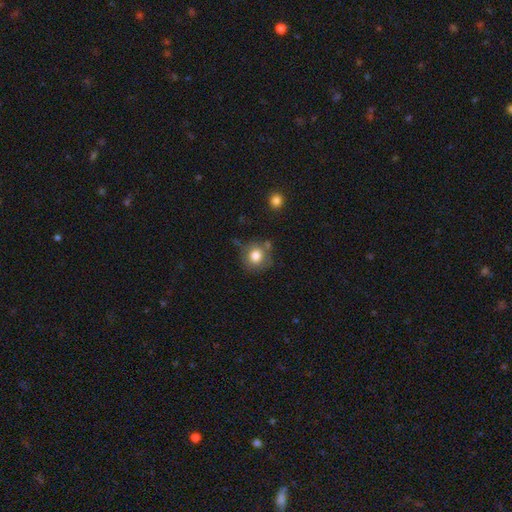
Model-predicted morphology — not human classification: smooth_or_featured: smooth (p=0.81) [alt: star or artifact p=0.10]
how_rounded: round (p=0.87) [alt: in between p=0.12]
merging: none (p=0.70) [alt: minor disturbance p=0.17]